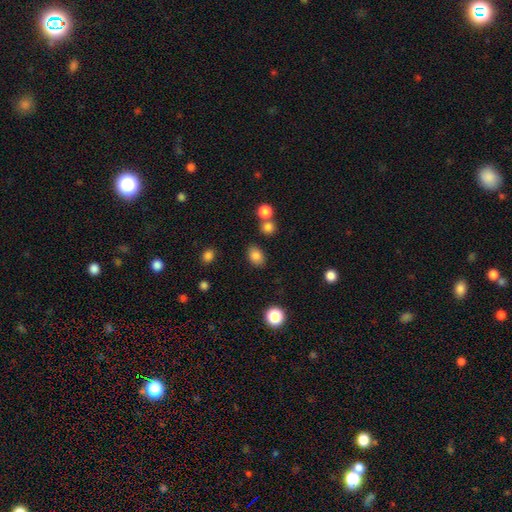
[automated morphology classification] Smooth or featured? smooth (83%)
How rounded? in between (70%)
Merging? none (80%)